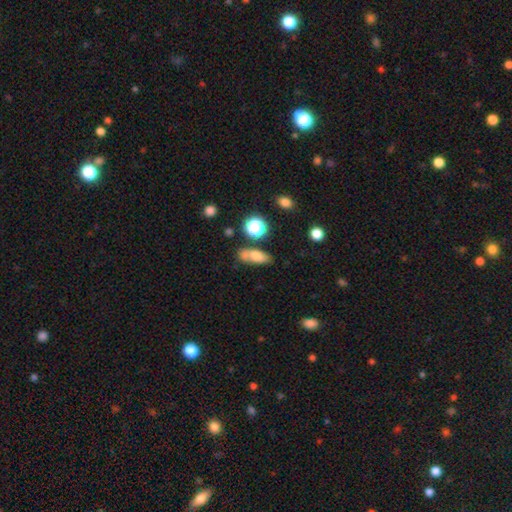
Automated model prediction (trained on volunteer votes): This appears to be a smooth galaxy with no disk features (66%) that is in between round and cigar-shaped (67%). Merging: none (53%).